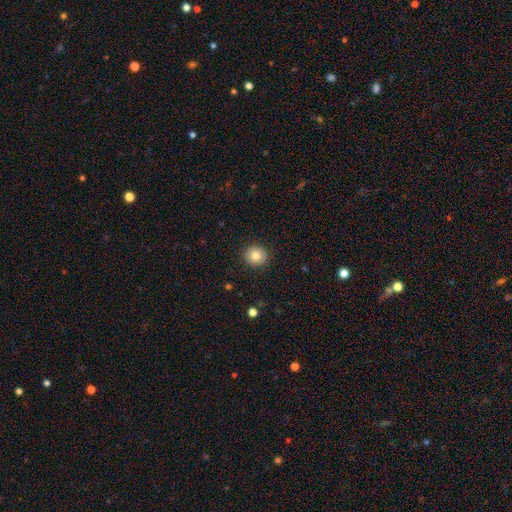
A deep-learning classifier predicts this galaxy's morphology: Overall: smooth (81%). How rounded: round (91%). Merging: none (92%).